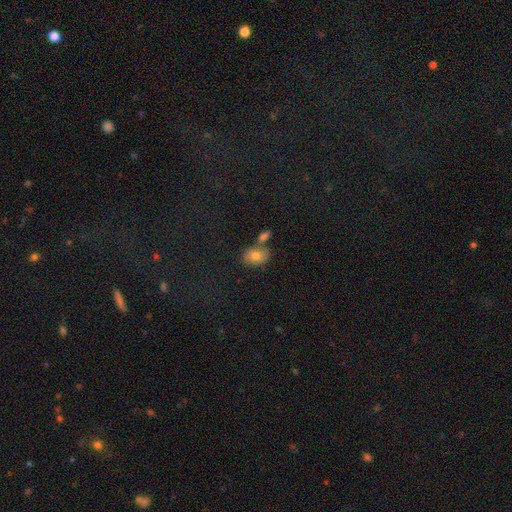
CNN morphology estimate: Smooth or featured? Predicted: smooth (p=0.76). How rounded? Predicted: in between (p=0.75). Merging? Predicted: none (p=0.55).